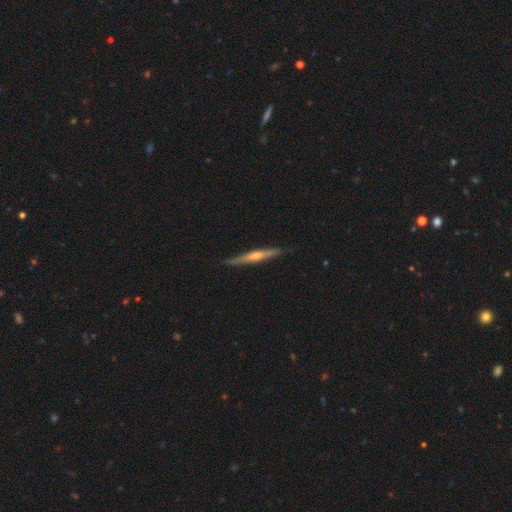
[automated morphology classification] Q: Smooth or featured?
A: featured or disk (74%); runner-up: smooth (21%)
Q: Edge-on disk?
A: yes (97%); runner-up: no (3%)
Q: Edge-on bulge?
A: rounded (81%); runner-up: none (13%)
Q: Merging?
A: none (89%); runner-up: minor disturbance (8%)